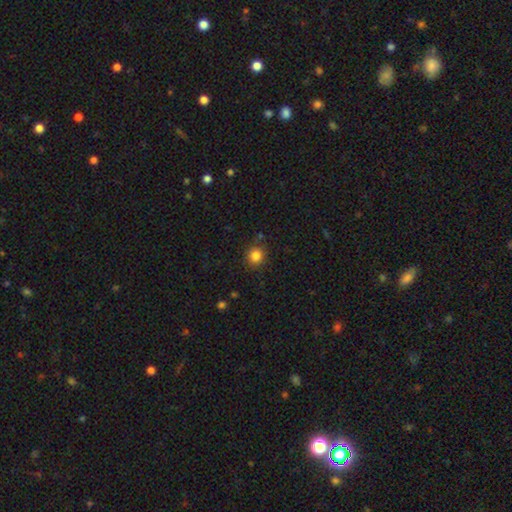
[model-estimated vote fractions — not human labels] Smooth or featured: smooth — 84% (star or artifact — 12%)
How rounded: round — 89% (in between — 10%)
Merging: none — 86% (minor disturbance — 9%)